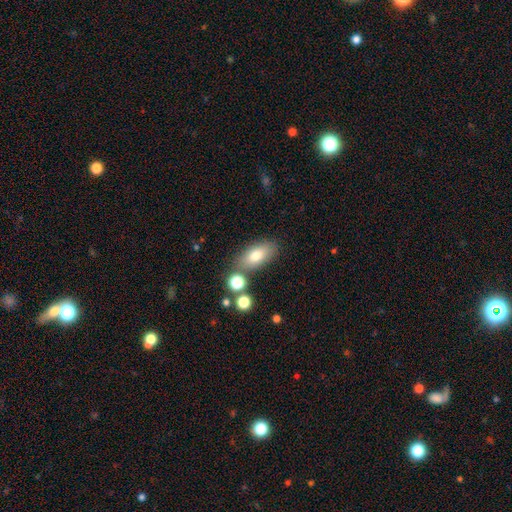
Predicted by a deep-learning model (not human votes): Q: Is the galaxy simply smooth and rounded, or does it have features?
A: smooth — 76%.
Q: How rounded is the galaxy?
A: in between — 86%.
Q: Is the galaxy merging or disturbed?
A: none — 73%.